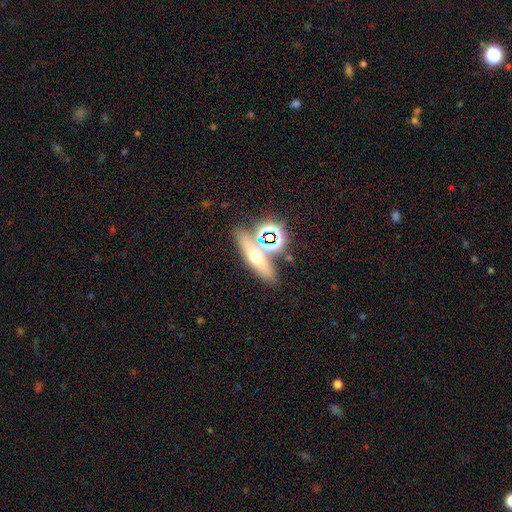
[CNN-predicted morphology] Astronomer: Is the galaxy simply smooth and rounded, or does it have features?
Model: smooth — 44% (runner-up: featured or disk, 32%).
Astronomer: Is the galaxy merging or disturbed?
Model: none — 68%.